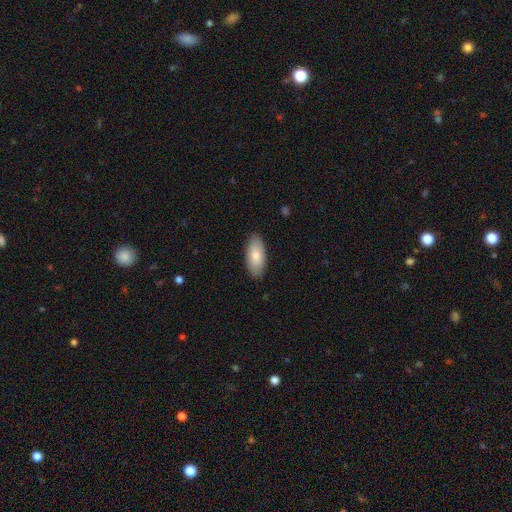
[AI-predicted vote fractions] This appears to be a smooth galaxy with no disk features (82%) that is in between round and cigar-shaped (90%). Merging: none (87%).